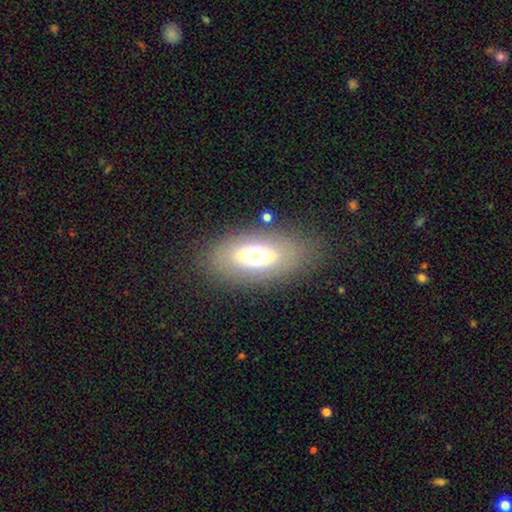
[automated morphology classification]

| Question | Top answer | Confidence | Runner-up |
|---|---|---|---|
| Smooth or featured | smooth | 52% | featured or disk (39%) |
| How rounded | in between | 88% | round (8%) |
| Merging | none | 80% | minor disturbance (12%) |